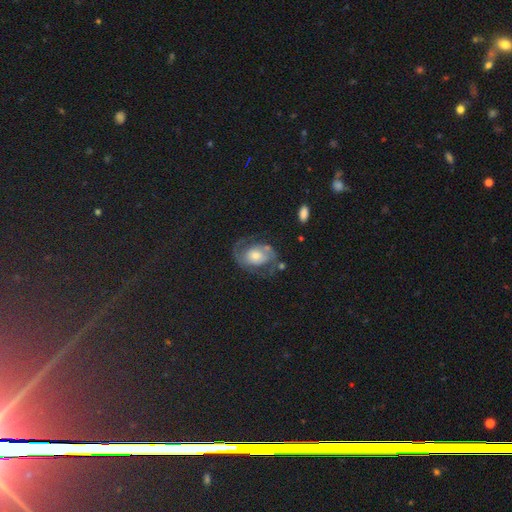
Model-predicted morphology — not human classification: smooth_or_featured: featured or disk (p=0.76) [alt: smooth p=0.13]
disk_edge_on: no (p=0.97) [alt: yes p=0.03]
bar: no (p=0.68) [alt: weak p=0.24]
has_spiral_arms: yes (p=0.92) [alt: no p=0.08]
spiral_winding: medium (p=0.52) [alt: tight p=0.27]
spiral_arm_count: 2 (p=0.90) [alt: can't tell p=0.04]
bulge_size: moderate (p=0.54) [alt: small p=0.28]
merging: none (p=0.69) [alt: minor disturbance p=0.16]